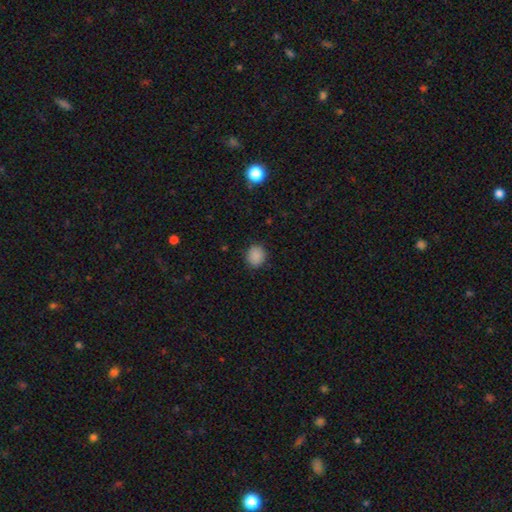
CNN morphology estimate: smooth-or-featured: smooth: 87% | star or artifact: 10% | featured or disk: 3%
  how-rounded: round: 76% | in between: 23% | cigar-shaped: 1%
  merging: none: 87% | minor disturbance: 9% | major disturbance: 3% | merger: 1%